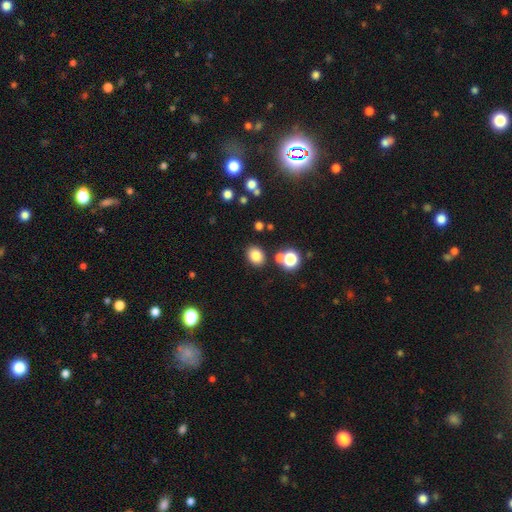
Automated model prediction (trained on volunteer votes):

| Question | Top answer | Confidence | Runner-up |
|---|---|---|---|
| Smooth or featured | smooth | 81% | star or artifact (13%) |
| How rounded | round | 50% | in between (49%) |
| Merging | none | 80% | minor disturbance (9%) |